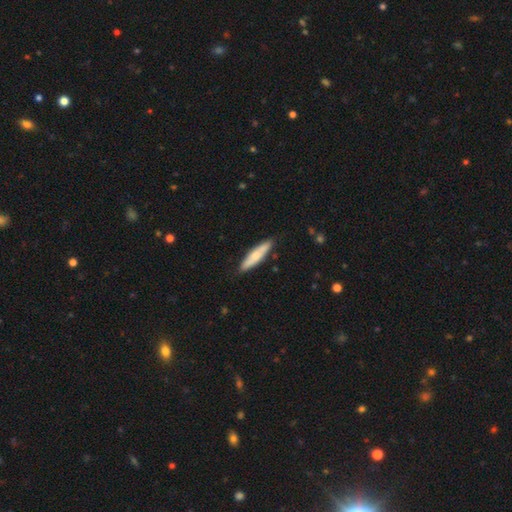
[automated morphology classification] Smooth or featured?
  - smooth: 60% *
  - featured or disk: 34%
  - star or artifact: 5%
How rounded?
  - cigar-shaped: 75% *
  - in between: 24%
  - round: 2%
Merging?
  - none: 86% *
  - minor disturbance: 11%
  - major disturbance: 2%
  - merger: 1%